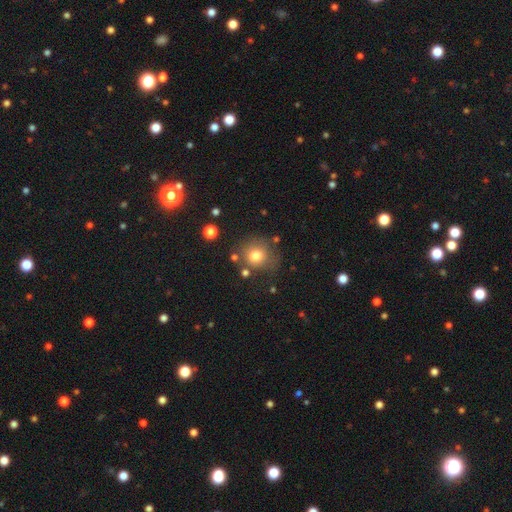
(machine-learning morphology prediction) smooth_or_featured: smooth (p=0.77) [alt: star or artifact p=0.12]
how_rounded: round (p=0.87) [alt: in between p=0.12]
merging: none (p=0.72) [alt: minor disturbance p=0.15]